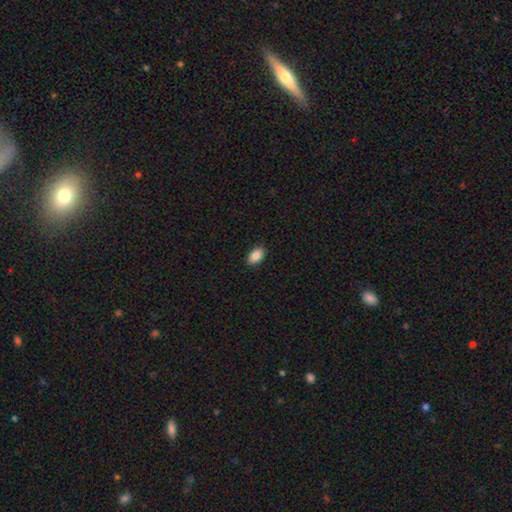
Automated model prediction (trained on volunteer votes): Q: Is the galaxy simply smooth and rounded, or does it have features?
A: smooth — 87%.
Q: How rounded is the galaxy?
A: in between — 92%.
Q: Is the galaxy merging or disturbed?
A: none — 90%.